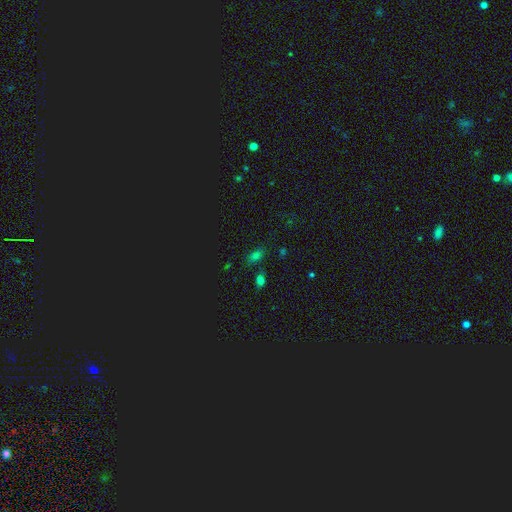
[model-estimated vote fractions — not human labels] smooth_or_featured: smooth (p=0.63) [alt: star or artifact p=0.30]
how_rounded: in between (p=0.83) [alt: round p=0.11]
merging: none (p=0.72) [alt: minor disturbance p=0.13]